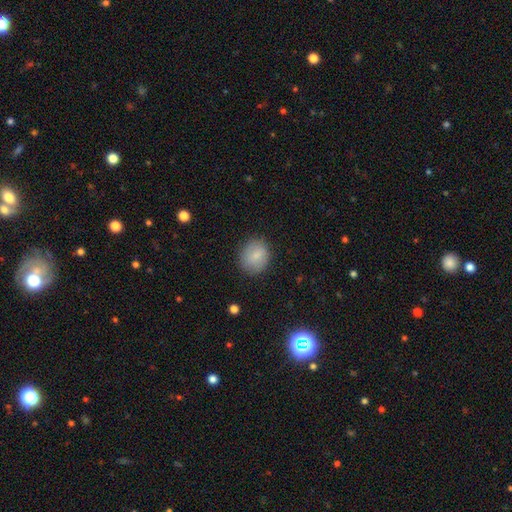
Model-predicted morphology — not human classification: A smooth galaxy with no disk features (83%) that is round (69%).

Vote fractions:
- Smooth or featured? smooth: 83% / featured or disk: 9% / star or artifact: 8%
- How rounded? round: 69% / in between: 30% / cigar-shaped: 1%
- Merging? none: 84% / minor disturbance: 12% / major disturbance: 3% / merger: 1%